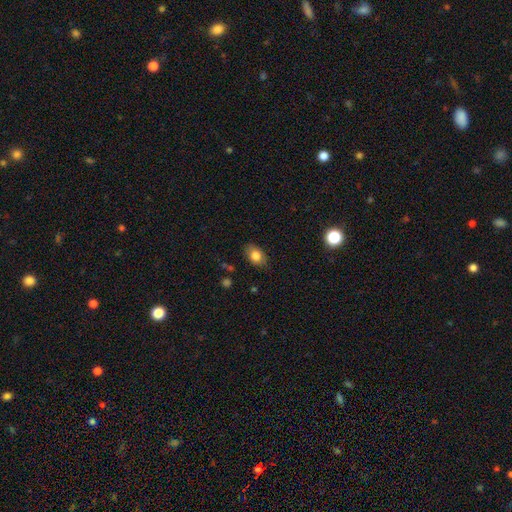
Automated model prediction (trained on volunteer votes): smooth 82%, featured or disk 10%, star or artifact 9%. Down the decision tree: how rounded — in between (80%); merging — none (80%).